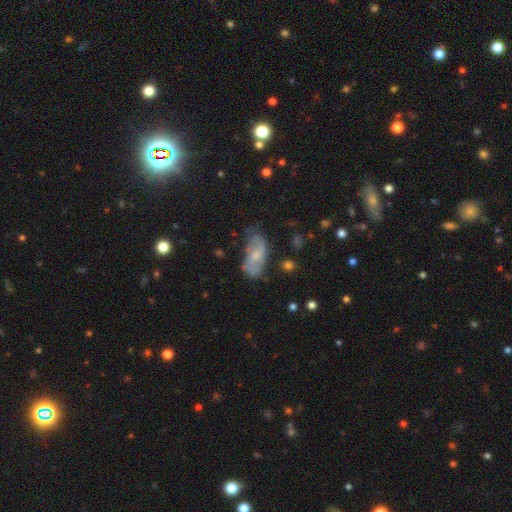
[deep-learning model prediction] smooth 47%, featured or disk 44%, star or artifact 9%. Down the decision tree: merging — none (51%).